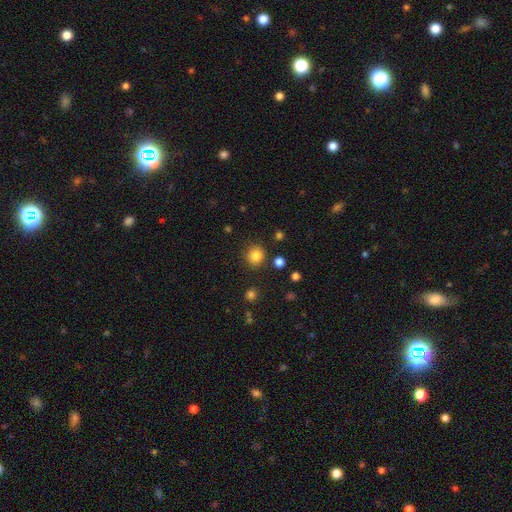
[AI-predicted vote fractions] A smooth galaxy with no disk features (83%) that is round (91%).

Vote fractions:
- Smooth or featured? smooth: 83% / star or artifact: 12% / featured or disk: 5%
- How rounded? round: 91% / in between: 8% / cigar-shaped: 1%
- Merging? none: 87% / minor disturbance: 7% / merger: 3% / major disturbance: 3%